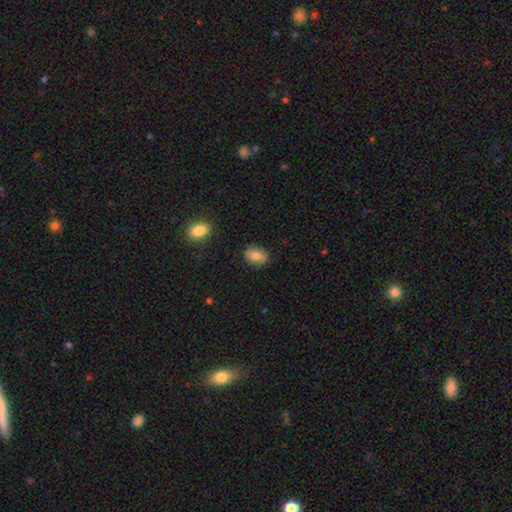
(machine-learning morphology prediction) This appears to be a smooth galaxy with no disk features (83%) that is in between round and cigar-shaped (83%). Merging: none (86%).